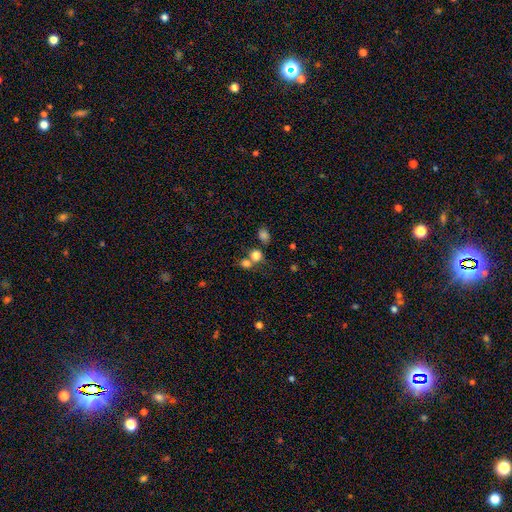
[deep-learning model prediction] This is likely a smooth galaxy (77%). How rounded: likely round (75%). Merging: possibly none (47%).